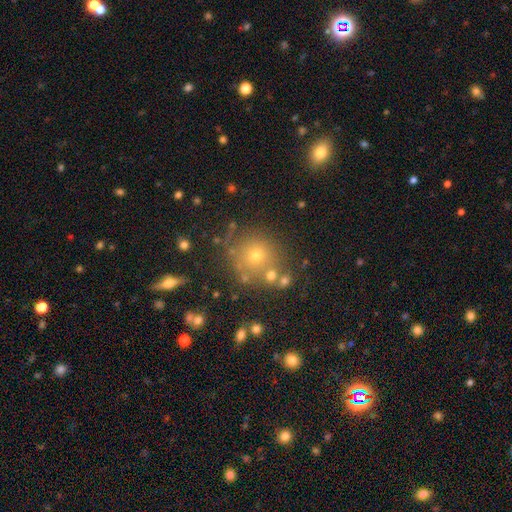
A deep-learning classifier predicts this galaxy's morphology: smooth-or-featured: smooth: 60% | star or artifact: 26% | featured or disk: 15%
  how-rounded: round: 89% | in between: 10% | cigar-shaped: 1%
  merging: none: 74% | merger: 11% | minor disturbance: 10% | major disturbance: 4%